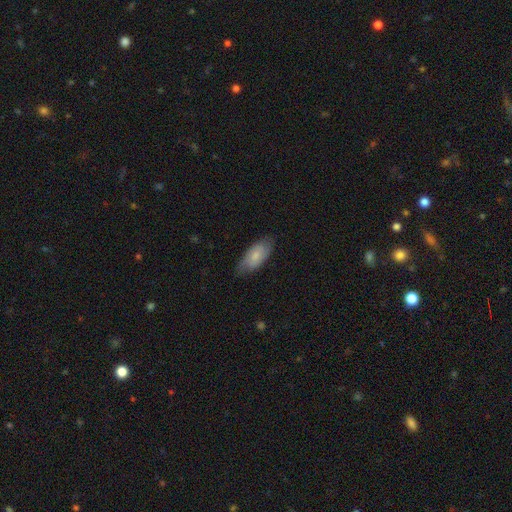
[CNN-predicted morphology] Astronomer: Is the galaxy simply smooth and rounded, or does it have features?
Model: smooth — 63%.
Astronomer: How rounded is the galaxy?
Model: in between — 88%.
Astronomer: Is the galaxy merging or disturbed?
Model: none — 73%.